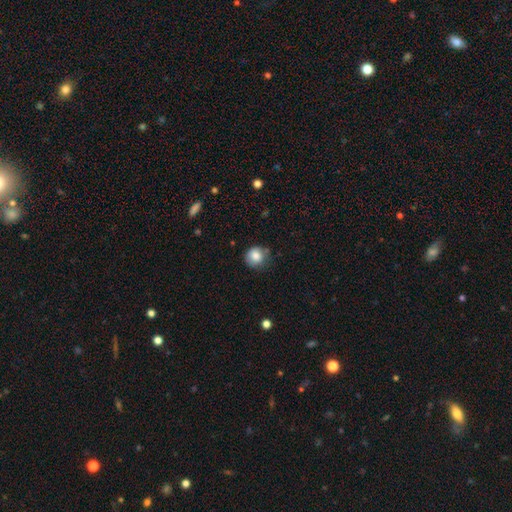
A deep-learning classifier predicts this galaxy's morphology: smooth 82%, star or artifact 9%, featured or disk 8%. Down the decision tree: how rounded — round (88%); merging — none (73%).